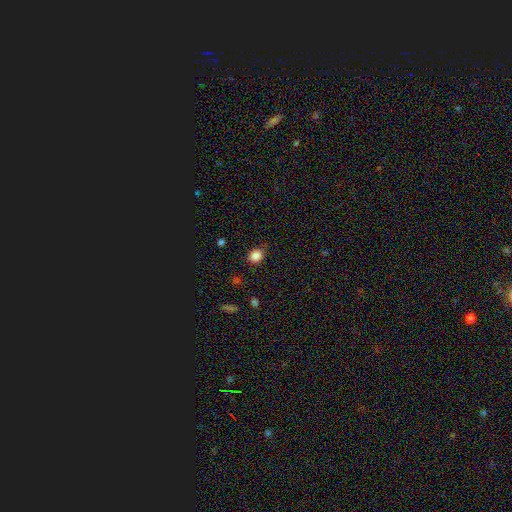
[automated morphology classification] Smooth or featured? smooth (85%)
How rounded? round (62%)
Merging? none (83%)